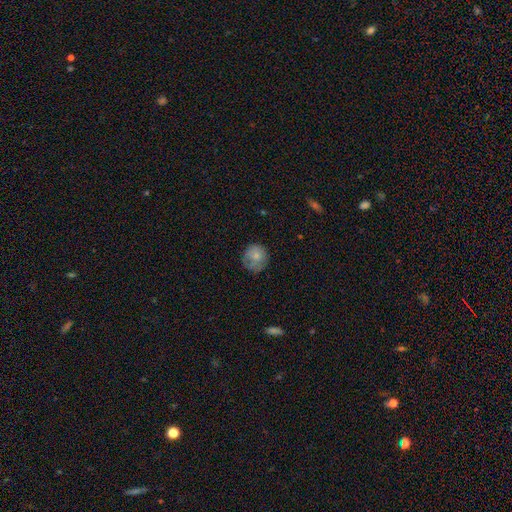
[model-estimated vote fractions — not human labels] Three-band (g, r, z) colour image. It shows a smooth galaxy with no disk features (76%) that is round (88%). Merging: none (69%).